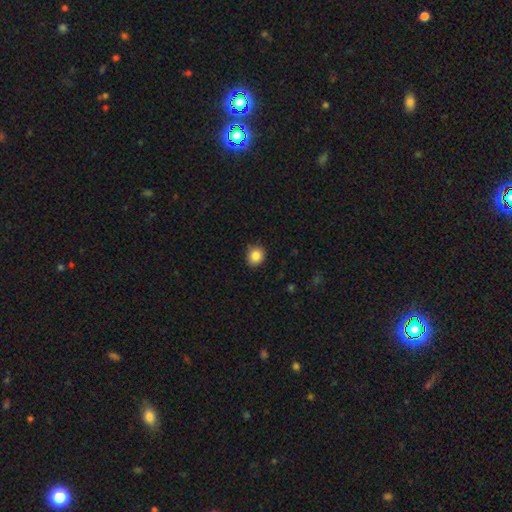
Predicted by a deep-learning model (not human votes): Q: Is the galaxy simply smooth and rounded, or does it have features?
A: smooth — 85%.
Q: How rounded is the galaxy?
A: round — 78%.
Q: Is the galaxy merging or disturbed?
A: none — 84%.